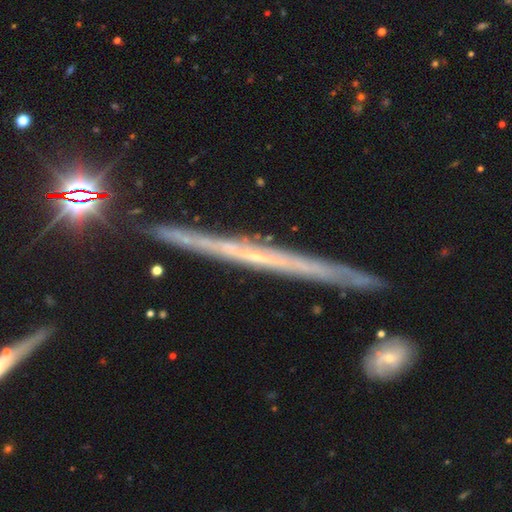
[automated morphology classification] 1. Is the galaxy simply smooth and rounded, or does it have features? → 75% featured or disk, 16% smooth, 9% star or artifact.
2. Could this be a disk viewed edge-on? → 96% yes, 4% no.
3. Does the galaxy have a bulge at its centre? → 78% none, 17% rounded, 5% boxy.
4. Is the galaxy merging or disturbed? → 86% none, 10% minor disturbance, 2% merger, 2% major disturbance.